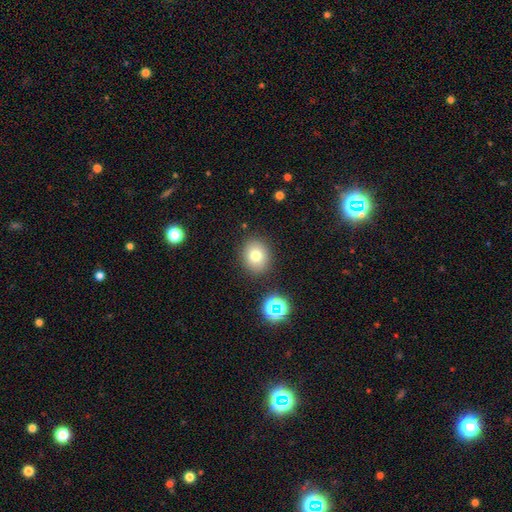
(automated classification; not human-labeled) Smooth or featured?
  - smooth: 76% *
  - star or artifact: 14%
  - featured or disk: 10%
How rounded?
  - round: 67% *
  - in between: 32%
  - cigar-shaped: 1%
Merging?
  - none: 86% *
  - minor disturbance: 8%
  - merger: 3%
  - major disturbance: 3%